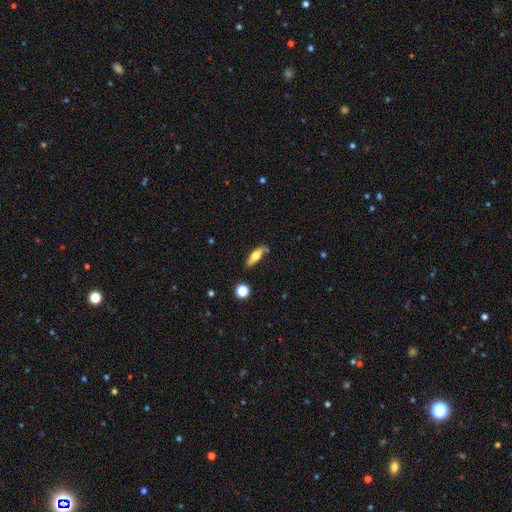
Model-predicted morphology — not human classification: This is possibly a smooth galaxy (57%). How rounded: possibly in between (51%). Merging: clearly none (82%).